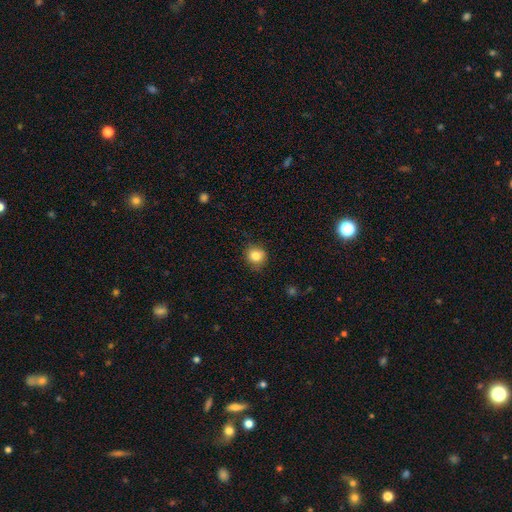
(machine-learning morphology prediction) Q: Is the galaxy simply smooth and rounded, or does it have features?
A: smooth — 82%.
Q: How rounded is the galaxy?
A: round — 86%.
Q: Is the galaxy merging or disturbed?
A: none — 84%.